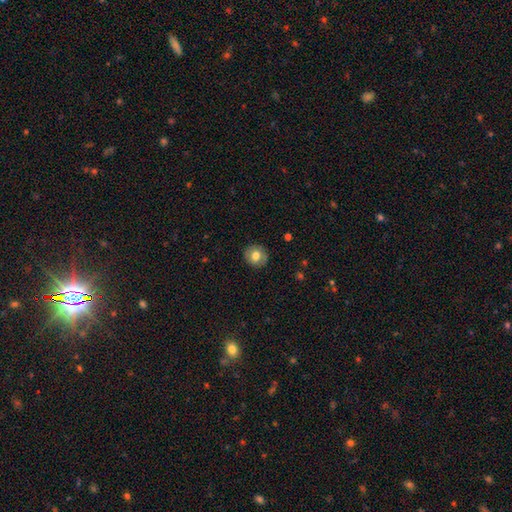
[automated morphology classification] smooth 71%, featured or disk 21%, star or artifact 8%. Down the decision tree: how rounded — round (86%); merging — none (87%).